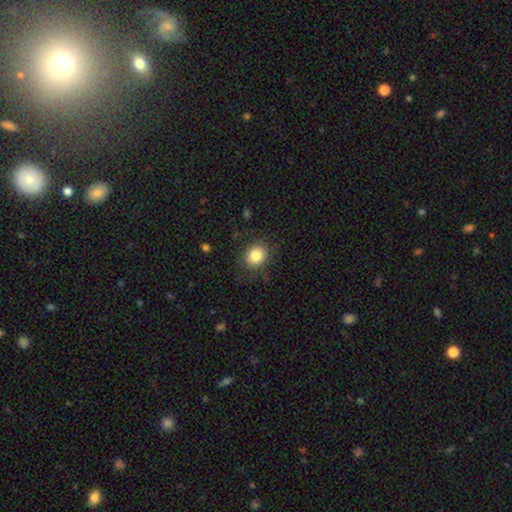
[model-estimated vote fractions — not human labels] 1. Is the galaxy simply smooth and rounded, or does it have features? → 83% smooth, 10% star or artifact, 7% featured or disk.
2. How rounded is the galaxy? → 70% round, 29% in between, 1% cigar-shaped.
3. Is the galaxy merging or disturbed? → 85% none, 11% minor disturbance, 4% major disturbance, 1% merger.